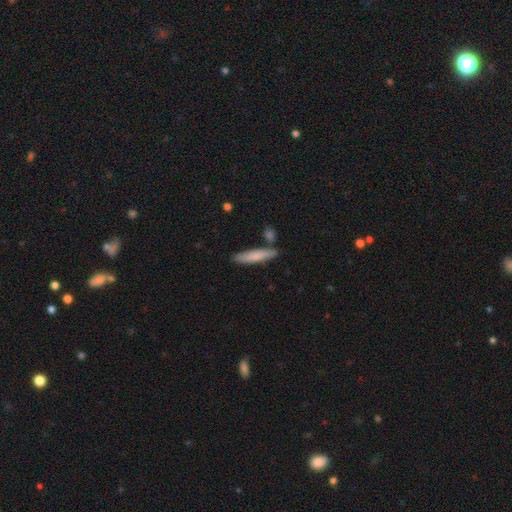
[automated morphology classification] Smooth or featured?
  - smooth: 77% *
  - featured or disk: 18%
  - star or artifact: 5%
How rounded?
  - cigar-shaped: 88% *
  - in between: 11%
  - round: 1%
Merging?
  - none: 81% *
  - minor disturbance: 11%
  - merger: 5%
  - major disturbance: 2%